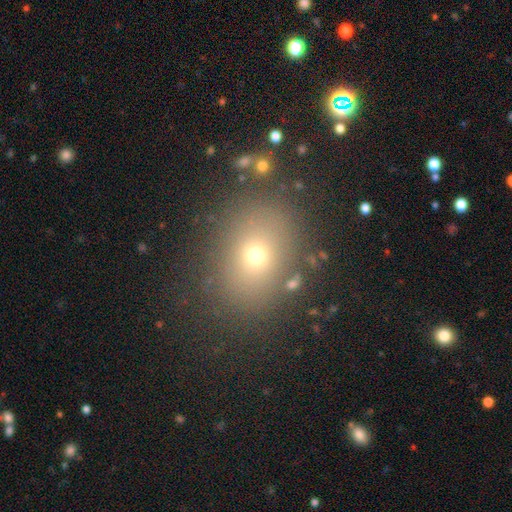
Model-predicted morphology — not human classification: type=smooth (65%); roundness=round (50%); merging=none (82%).